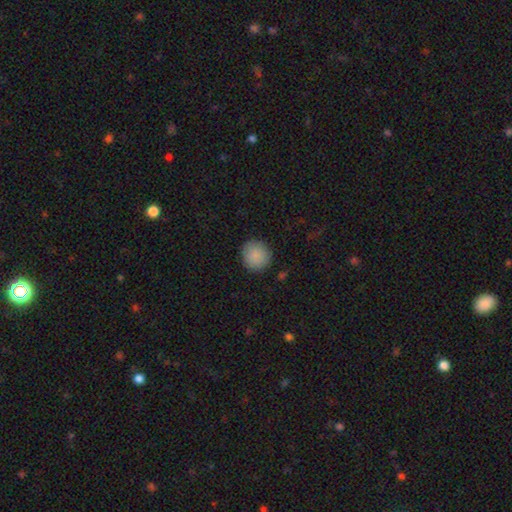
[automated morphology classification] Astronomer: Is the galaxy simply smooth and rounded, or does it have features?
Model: smooth — 88%.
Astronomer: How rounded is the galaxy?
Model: round — 91%.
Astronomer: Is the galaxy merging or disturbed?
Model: none — 88%.